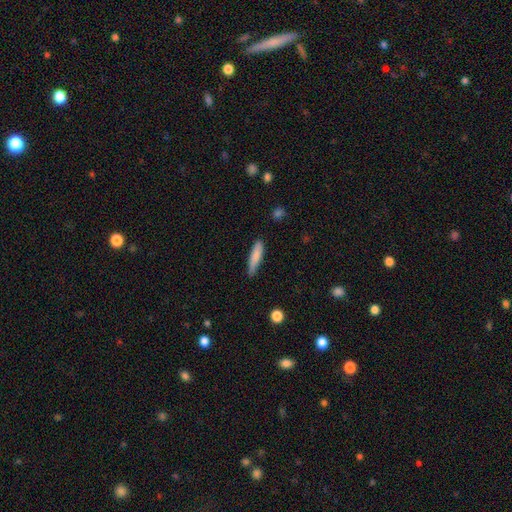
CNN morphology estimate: Smooth or featured? smooth (81%)
How rounded? cigar-shaped (80%)
Merging? none (70%)